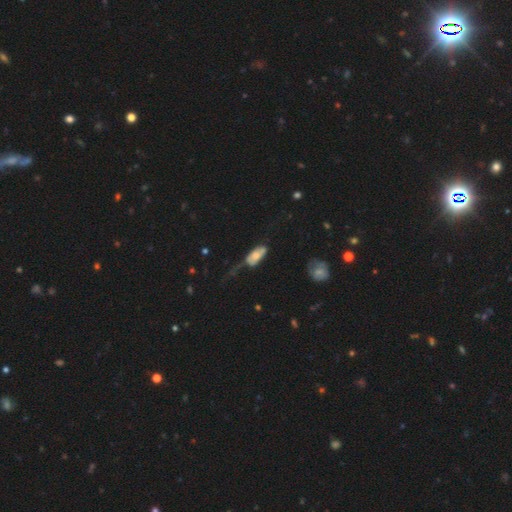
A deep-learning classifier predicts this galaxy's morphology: smooth-or-featured: smooth: 58% | featured or disk: 34% | star or artifact: 8%
  how-rounded: in between: 86% | cigar-shaped: 11% | round: 3%
  merging: major disturbance: 34% | none: 30% | minor disturbance: 29% | merger: 7%